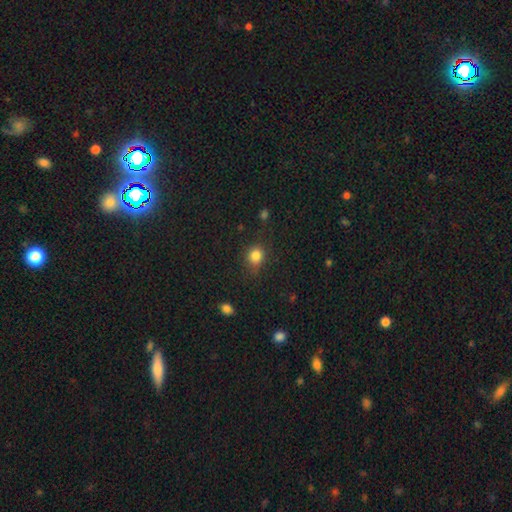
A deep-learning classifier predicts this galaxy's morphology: A smooth galaxy with no disk features (83%) that is round (75%).

Vote fractions:
- Smooth or featured? smooth: 83% / star or artifact: 12% / featured or disk: 5%
- How rounded? round: 75% / in between: 24% / cigar-shaped: 1%
- Merging? none: 75% / minor disturbance: 17% / major disturbance: 6% / merger: 2%